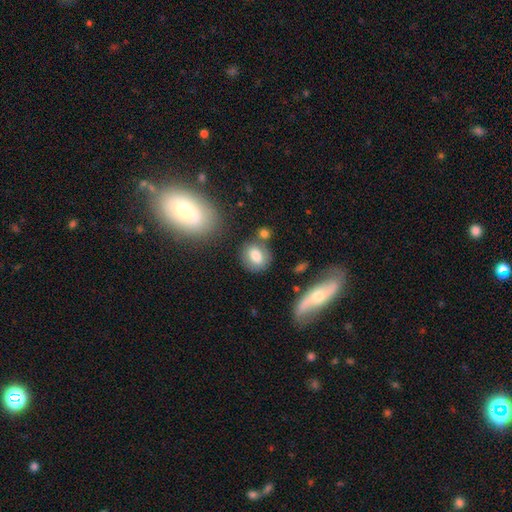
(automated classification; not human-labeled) Smooth or featured?
  - smooth: 77% *
  - featured or disk: 14%
  - star or artifact: 9%
How rounded?
  - round: 53% *
  - in between: 44%
  - cigar-shaped: 2%
Merging?
  - none: 71% *
  - minor disturbance: 14%
  - merger: 11%
  - major disturbance: 5%